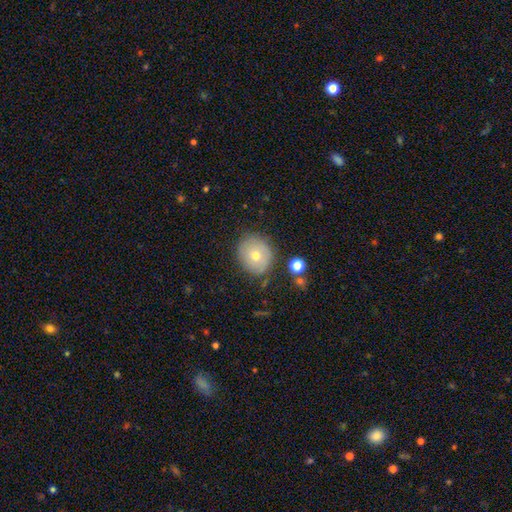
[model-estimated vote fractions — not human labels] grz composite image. It shows a smooth galaxy with no disk features (67%) that is round (78%). Merging: none (77%).